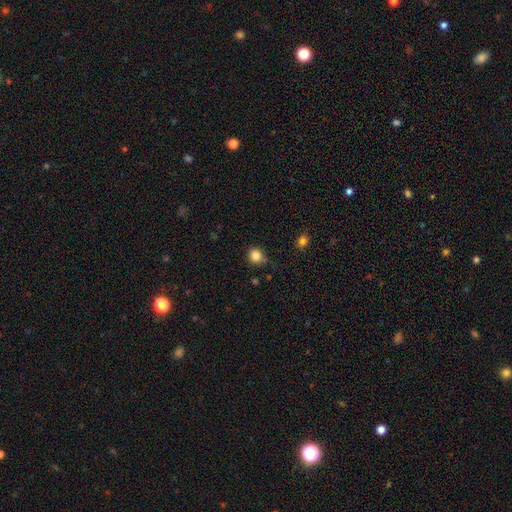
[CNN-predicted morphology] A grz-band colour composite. It shows a smooth galaxy with no disk features (84%) that is round (87%). Merging: none (78%).